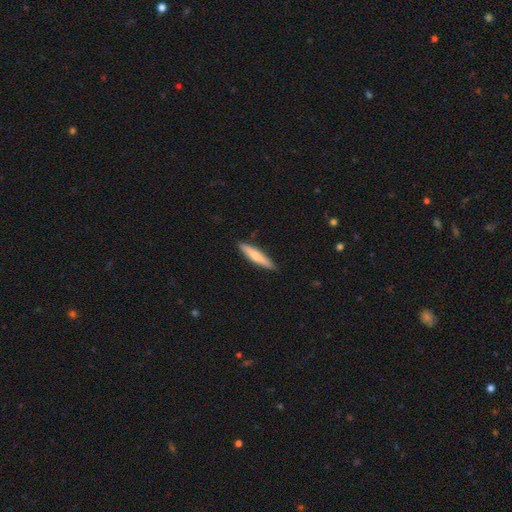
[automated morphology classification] This is likely a smooth galaxy (68%). How rounded: clearly cigar-shaped (88%). Merging: clearly none (89%).